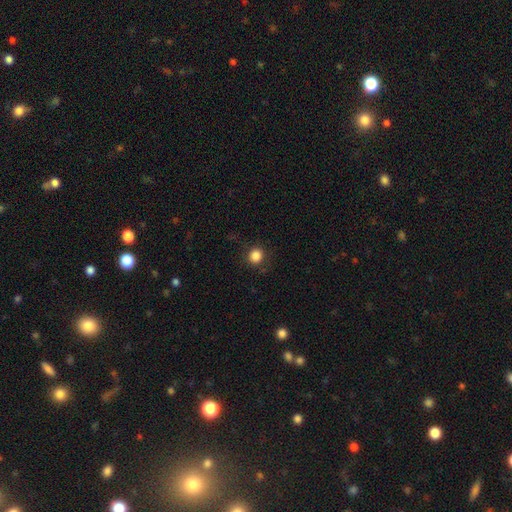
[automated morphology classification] This appears to be a smooth galaxy with no disk features (85%) that is round (89%). Merging: none (87%).